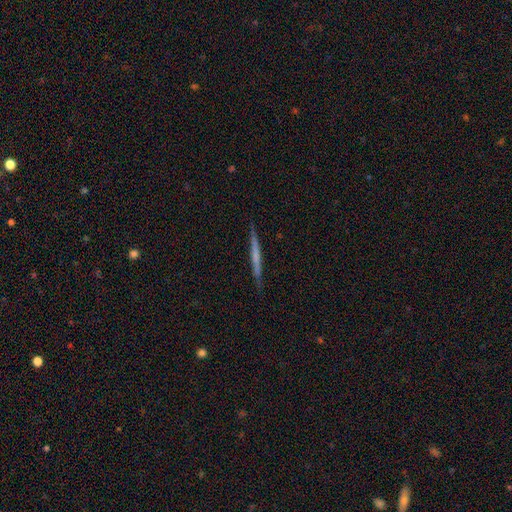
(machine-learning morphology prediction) featured or disk 53%, smooth 41%, star or artifact 6%. Down the decision tree: edge-on disk — yes (97%); edge-on bulge — none (82%); merging — none (89%).